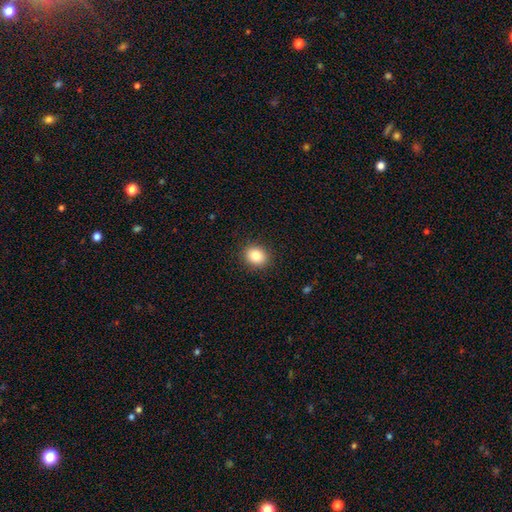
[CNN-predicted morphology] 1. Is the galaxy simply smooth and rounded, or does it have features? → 84% smooth, 10% star or artifact, 6% featured or disk.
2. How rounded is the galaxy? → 68% round, 31% in between, 1% cigar-shaped.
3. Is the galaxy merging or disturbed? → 90% none, 7% minor disturbance, 2% major disturbance, 1% merger.